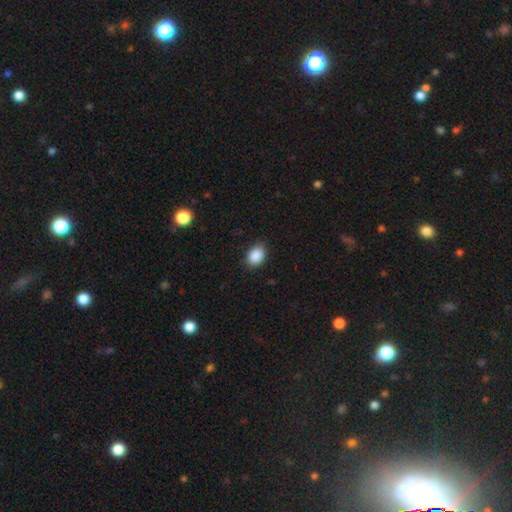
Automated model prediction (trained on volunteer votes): A smooth galaxy with no disk features (89%) that is in between round and cigar-shaped (75%). Merging: none (85%).